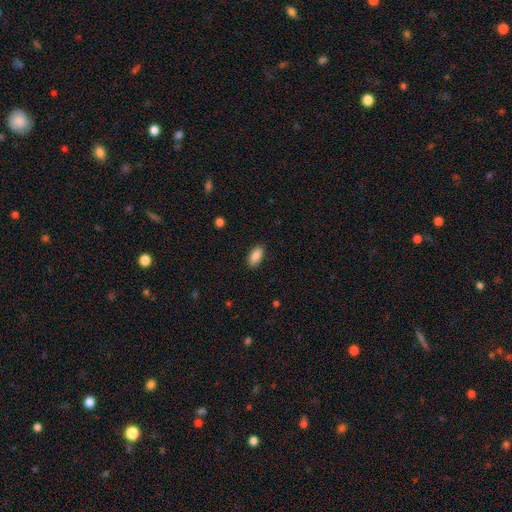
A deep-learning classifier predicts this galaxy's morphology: This appears to be a smooth galaxy with no disk features (87%) that is in between round and cigar-shaped (88%). Merging: none (87%).